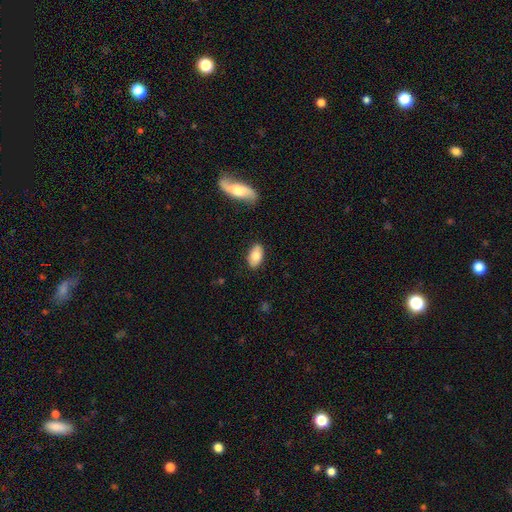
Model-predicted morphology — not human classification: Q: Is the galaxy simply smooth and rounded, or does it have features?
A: smooth — 77%.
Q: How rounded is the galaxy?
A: in between — 93%.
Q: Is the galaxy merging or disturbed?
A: none — 85%.